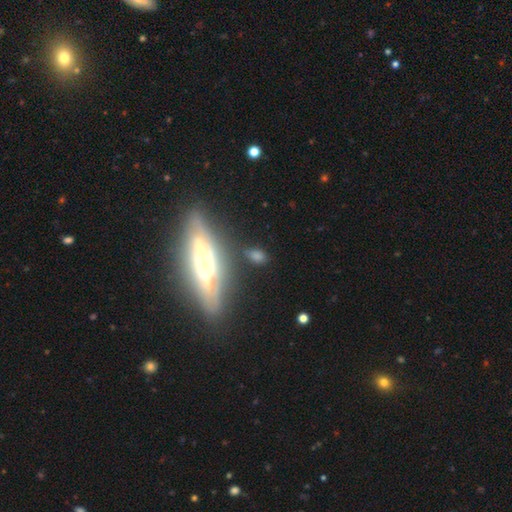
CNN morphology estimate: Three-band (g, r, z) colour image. It shows a featured or disk galaxy (66%) viewed edge-on (73%). Merging: none (71%).